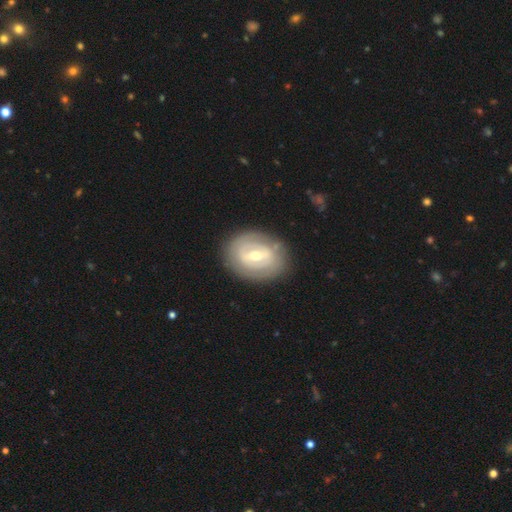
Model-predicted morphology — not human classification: This appears to be a featured or disk galaxy (71%) with a weak bar (43%), spiral arms (51%) and a moderate central bulge (60%). Merging: none (82%).